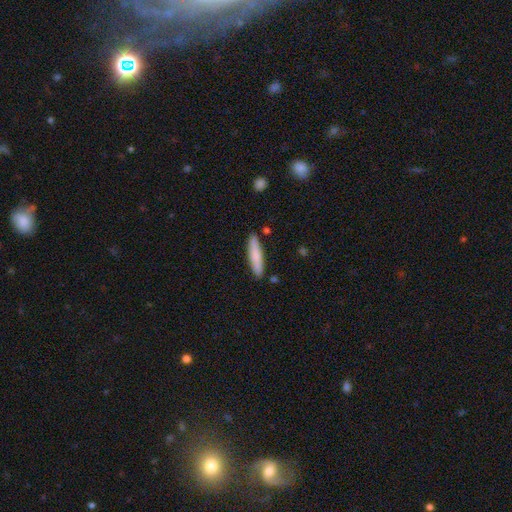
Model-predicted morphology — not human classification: A smooth galaxy with no disk features (80%) that is cigar-shaped (85%).

Vote fractions:
- Smooth or featured? smooth: 80% / featured or disk: 15% / star or artifact: 5%
- How rounded? cigar-shaped: 85% / in between: 14% / round: 1%
- Merging? none: 87% / minor disturbance: 9% / merger: 2% / major disturbance: 2%